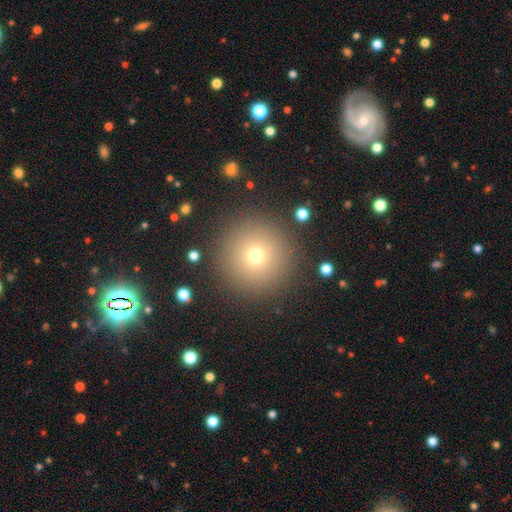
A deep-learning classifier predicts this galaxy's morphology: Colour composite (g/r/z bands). It shows a smooth galaxy with no disk features (69%) that is round (97%). Merging: none (90%).